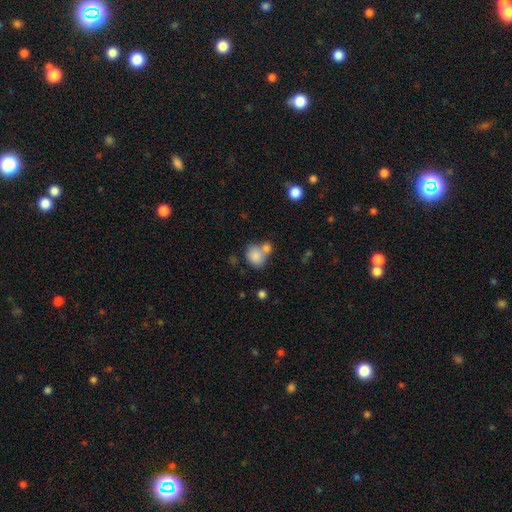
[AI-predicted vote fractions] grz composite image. It shows a smooth galaxy with no disk features (83%) that is round (60%). Merging: merger (44%).